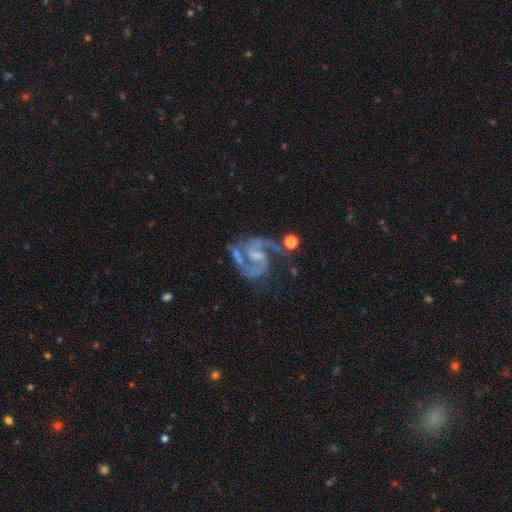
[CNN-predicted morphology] smooth-or-featured: featured or disk: 91% | star or artifact: 5% | smooth: 4%
  disk-edge-on: no: 98% | yes: 2%
    bar: weak: 50% | no: 26% | strong: 24%
    has-spiral-arms: yes: 98% | no: 2%
      spiral-winding: medium: 63% | loose: 19% | tight: 19%
      spiral-arm-count: 2: 90% | 3: 3% | can't tell: 3% | 1: 2% | 4: 1% | more than 4: 1%
    bulge-size: none: 40% | small: 37% | moderate: 20% | large: 2% | dominant: 1%
  merging: none: 57% | minor disturbance: 20% | major disturbance: 15% | merger: 8%